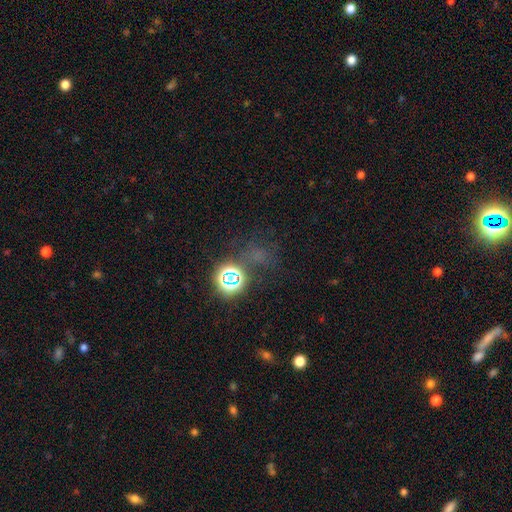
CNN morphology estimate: Smooth or featured? star or artifact (59%)